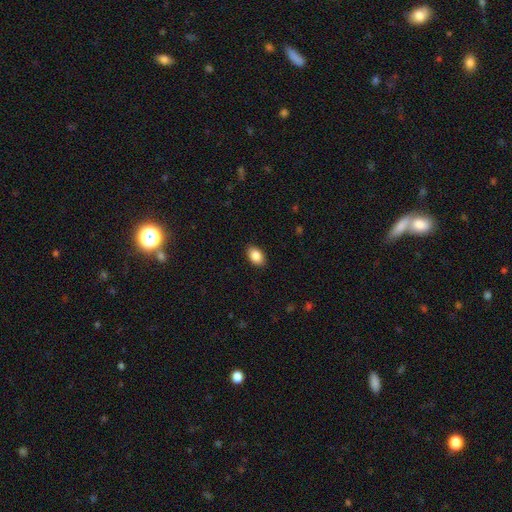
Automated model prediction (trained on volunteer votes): This appears to be a smooth galaxy with no disk features (87%) that is in between round and cigar-shaped (88%). Merging: none (89%).